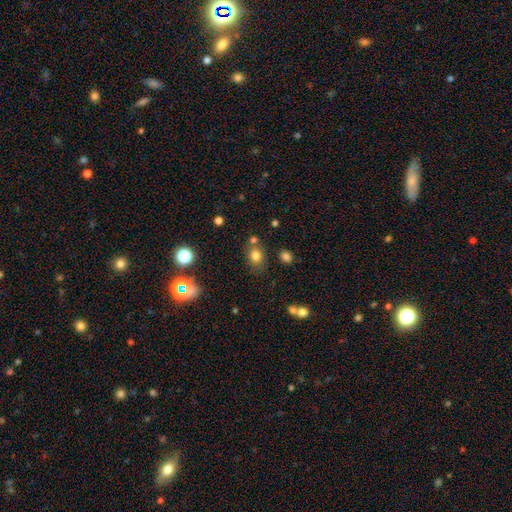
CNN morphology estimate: smooth_or_featured: smooth (p=0.78) [alt: star or artifact p=0.14]
how_rounded: round (p=0.54) [alt: in between p=0.45]
merging: none (p=0.69) [alt: minor disturbance p=0.14]